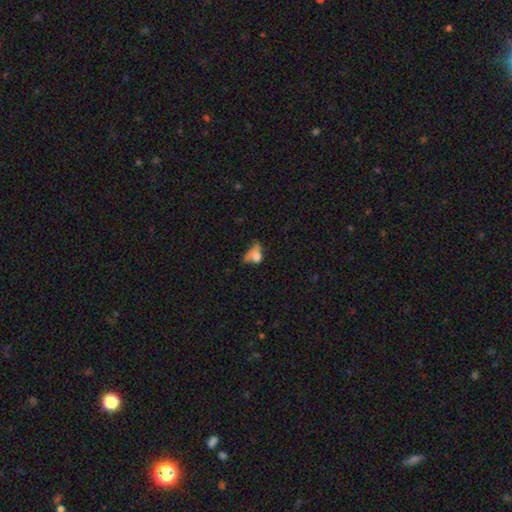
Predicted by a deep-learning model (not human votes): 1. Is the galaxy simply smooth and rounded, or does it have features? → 60% smooth, 25% featured or disk, 15% star or artifact.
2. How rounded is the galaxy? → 66% in between, 31% round, 4% cigar-shaped.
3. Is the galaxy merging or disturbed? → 37% major disturbance, 23% none, 22% minor disturbance, 18% merger.